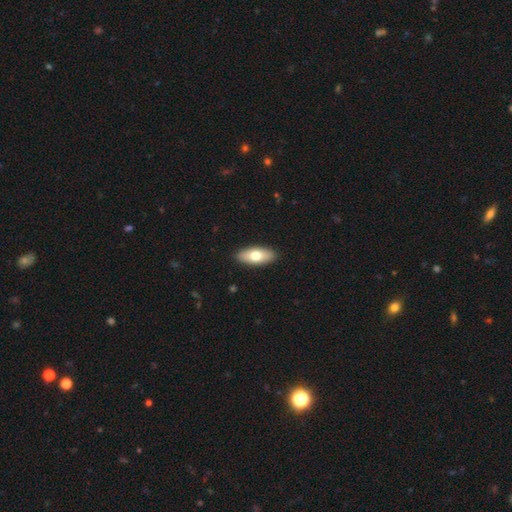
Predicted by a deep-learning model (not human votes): A smooth galaxy with no disk features (71%) that is in between round and cigar-shaped (83%). Merging: none (91%).